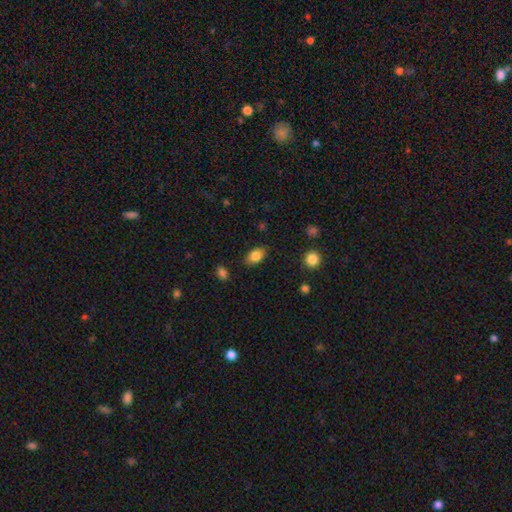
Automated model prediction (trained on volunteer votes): Morphology: type=smooth (83%); roundness=in between (85%); merging=none (83%).